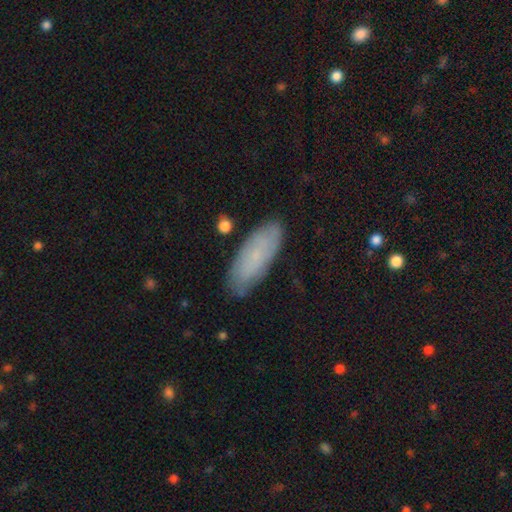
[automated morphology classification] smooth 64%, featured or disk 27%, star or artifact 9%. Down the decision tree: how rounded — in between (69%); merging — none (83%).